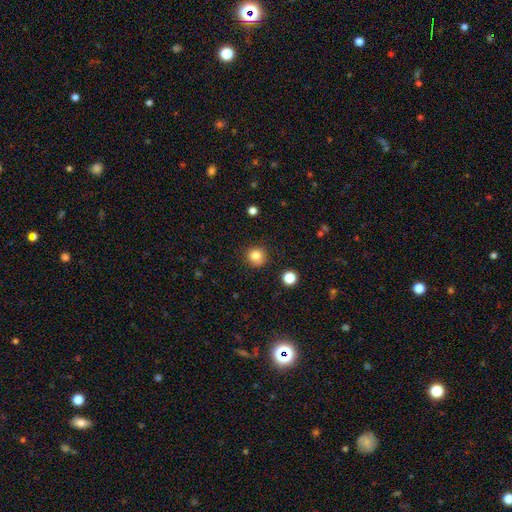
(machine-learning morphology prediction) type=smooth (82%); roundness=round (92%); merging=none (84%).